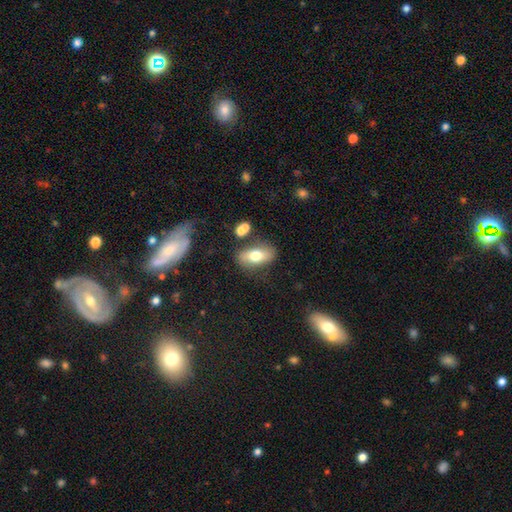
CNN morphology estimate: This appears to be a smooth galaxy with no disk features (68%) that is in between round and cigar-shaped (87%). Merging: none (72%).